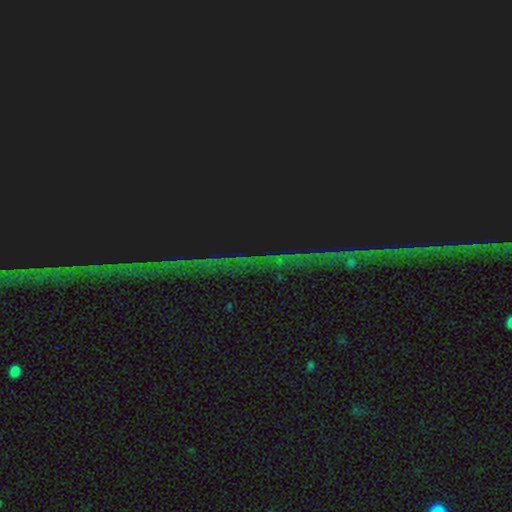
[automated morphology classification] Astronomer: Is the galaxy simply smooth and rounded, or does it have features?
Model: star or artifact — 84%.